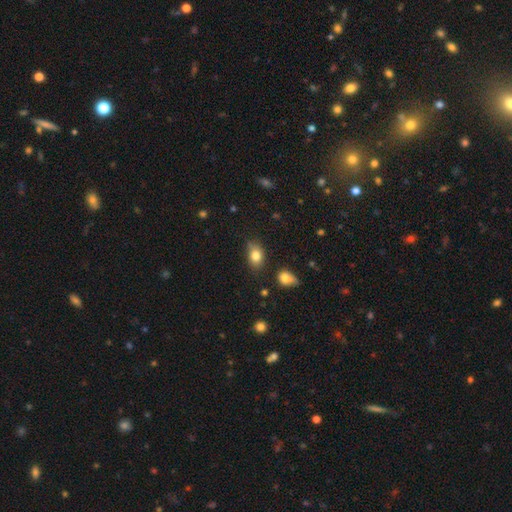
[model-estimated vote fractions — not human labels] smooth-or-featured: smooth: 81% | star or artifact: 10% | featured or disk: 10%
  how-rounded: in between: 79% | round: 19% | cigar-shaped: 2%
  merging: none: 69% | minor disturbance: 23% | major disturbance: 5% | merger: 4%